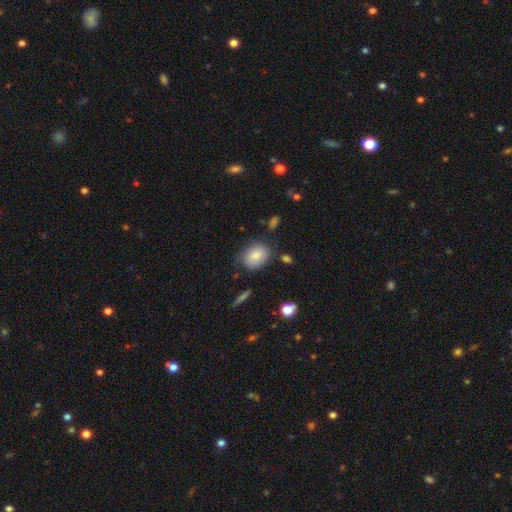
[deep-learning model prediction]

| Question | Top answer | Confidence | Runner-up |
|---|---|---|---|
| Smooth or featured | smooth | 83% | featured or disk (10%) |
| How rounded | in between | 65% | round (34%) |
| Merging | none | 68% | minor disturbance (22%) |